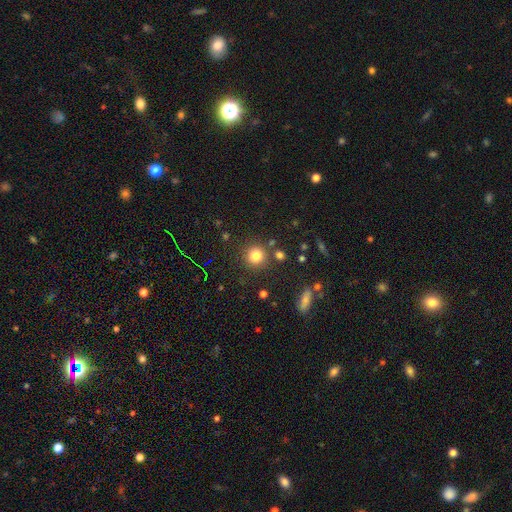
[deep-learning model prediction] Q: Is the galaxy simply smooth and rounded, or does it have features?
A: smooth — 79%.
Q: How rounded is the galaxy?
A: round — 92%.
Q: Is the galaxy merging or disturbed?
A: none — 83%.